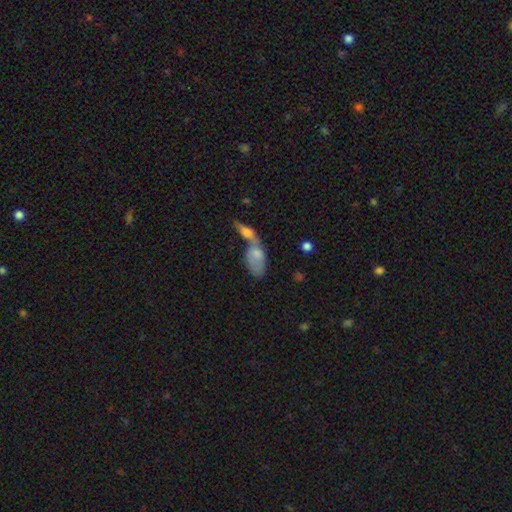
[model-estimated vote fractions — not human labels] smooth_or_featured: smooth (p=0.70) [alt: featured or disk p=0.23]
how_rounded: in between (p=0.90) [alt: cigar-shaped p=0.06]
merging: merger (p=0.69) [alt: none p=0.16]